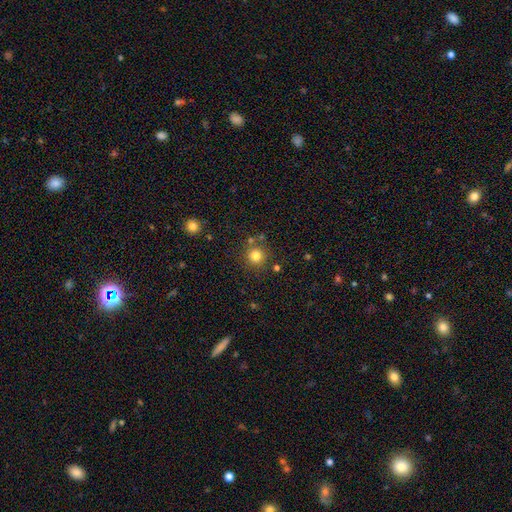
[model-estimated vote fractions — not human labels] smooth 80%, star or artifact 14%, featured or disk 6%. Down the decision tree: how rounded — round (94%); merging — none (81%).